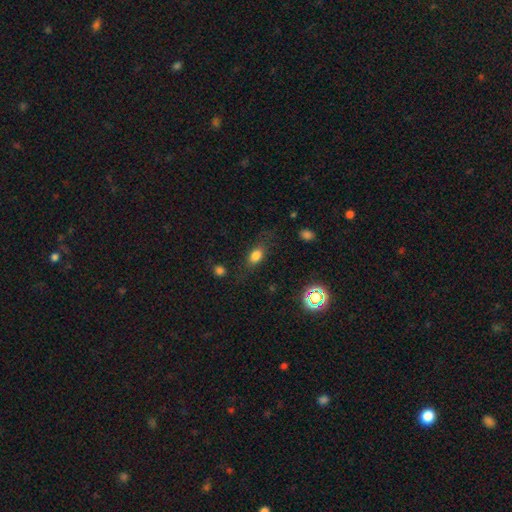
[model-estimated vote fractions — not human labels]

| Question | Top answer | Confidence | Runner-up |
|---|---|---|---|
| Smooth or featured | smooth | 75% | featured or disk (13%) |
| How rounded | in between | 75% | round (14%) |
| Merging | none | 68% | minor disturbance (18%) |